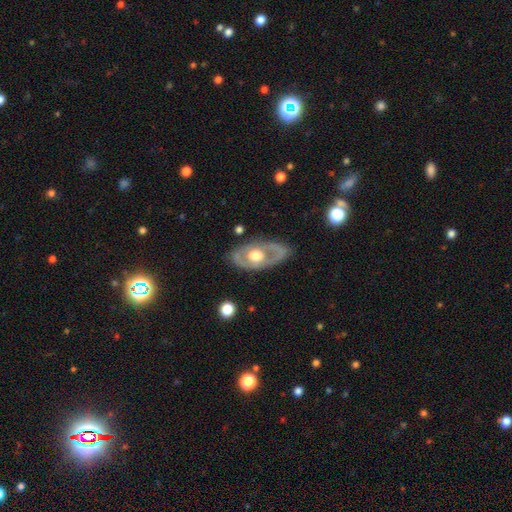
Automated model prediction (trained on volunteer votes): Smooth or featured: featured or disk — 67% (smooth — 28%)
Edge-on disk: no — 87% (yes — 13%)
Bar: no — 84% (weak — 13%)
Spiral arms: no — 70% (yes — 30%)
Bulge size: moderate — 58% (large — 35%)
Merging: none — 78% (minor disturbance — 15%)